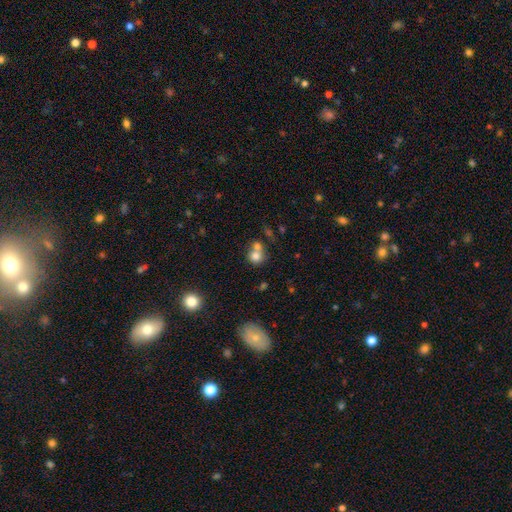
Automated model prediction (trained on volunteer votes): smooth-or-featured: smooth: 76% | featured or disk: 13% | star or artifact: 11%
  how-rounded: round: 83% | in between: 16% | cigar-shaped: 1%
  merging: merger: 48% | none: 40% | minor disturbance: 8% | major disturbance: 4%